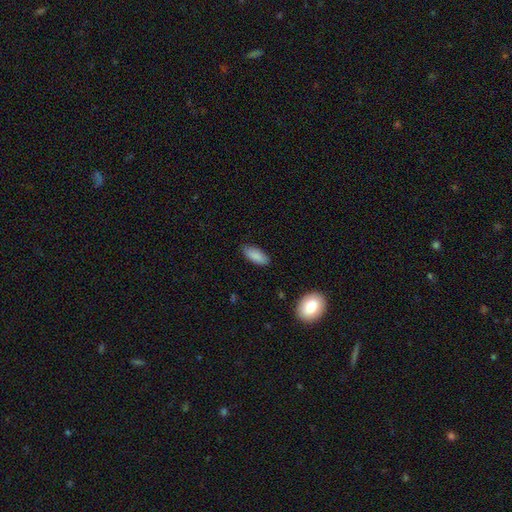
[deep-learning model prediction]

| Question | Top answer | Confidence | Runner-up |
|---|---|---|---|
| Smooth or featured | smooth | 88% | star or artifact (7%) |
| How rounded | in between | 82% | cigar-shaped (16%) |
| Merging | none | 83% | minor disturbance (14%) |